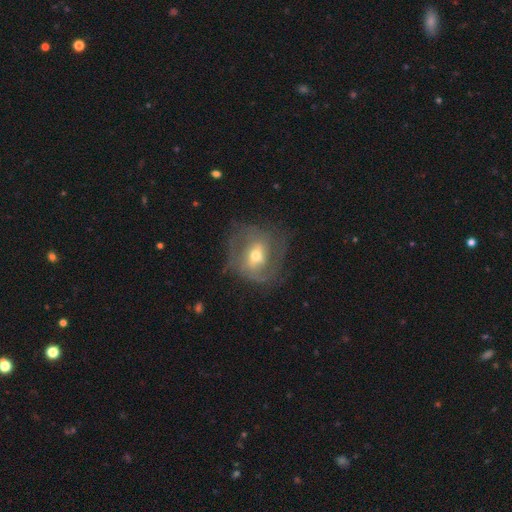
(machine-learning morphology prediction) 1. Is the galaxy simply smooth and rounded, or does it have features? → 73% featured or disk, 20% smooth, 7% star or artifact.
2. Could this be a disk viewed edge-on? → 96% no, 4% yes.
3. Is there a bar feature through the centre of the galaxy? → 45% weak, 29% no, 26% strong.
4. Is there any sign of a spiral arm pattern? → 80% yes, 20% no.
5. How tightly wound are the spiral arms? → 44% medium, 33% tight, 23% loose.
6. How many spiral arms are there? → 58% 2, 23% can't tell, 8% 3, 6% 1, 2% 4, 2% more than 4.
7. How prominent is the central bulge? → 61% moderate, 34% small, 4% large, 1% none, 1% dominant.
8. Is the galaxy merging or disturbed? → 63% none, 21% minor disturbance, 15% major disturbance, 2% merger.